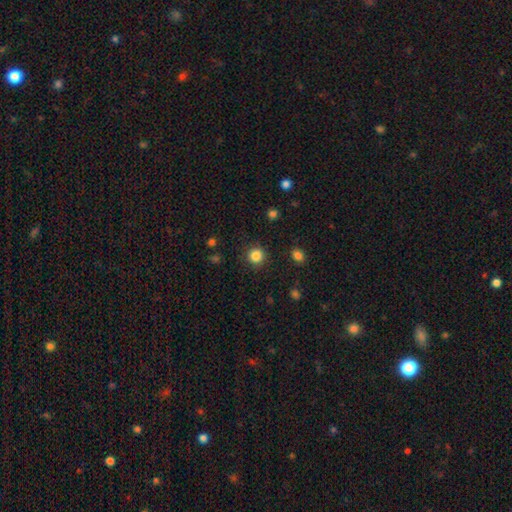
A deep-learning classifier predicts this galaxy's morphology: Smooth or featured: smooth — 85% (star or artifact — 12%)
How rounded: round — 93% (in between — 6%)
Merging: none — 89% (minor disturbance — 7%)